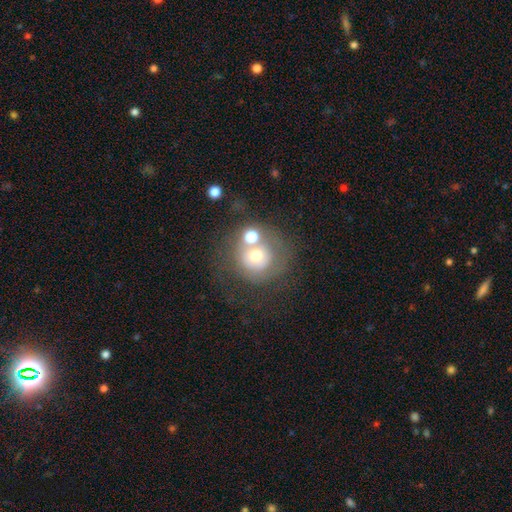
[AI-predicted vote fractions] smooth-or-featured: smooth: 56% | featured or disk: 30% | star or artifact: 14%
  how-rounded: round: 90% | in between: 9% | cigar-shaped: 1%
  merging: none: 45% | merger: 27% | major disturbance: 14% | minor disturbance: 14%